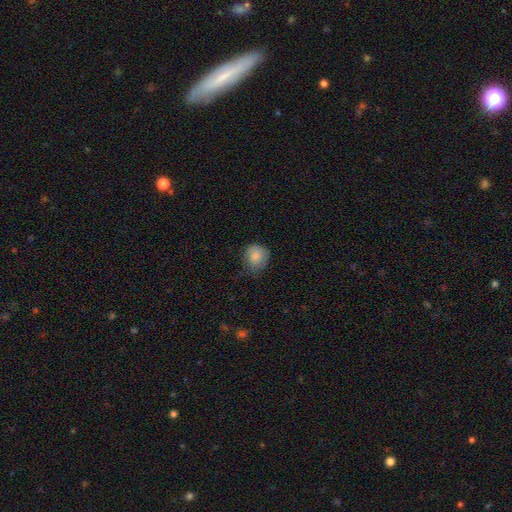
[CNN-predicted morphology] Smooth or featured?
  - smooth: 82% *
  - featured or disk: 9%
  - star or artifact: 9%
How rounded?
  - round: 77% *
  - in between: 22%
  - cigar-shaped: 1%
Merging?
  - none: 60% *
  - minor disturbance: 30%
  - major disturbance: 8%
  - merger: 1%